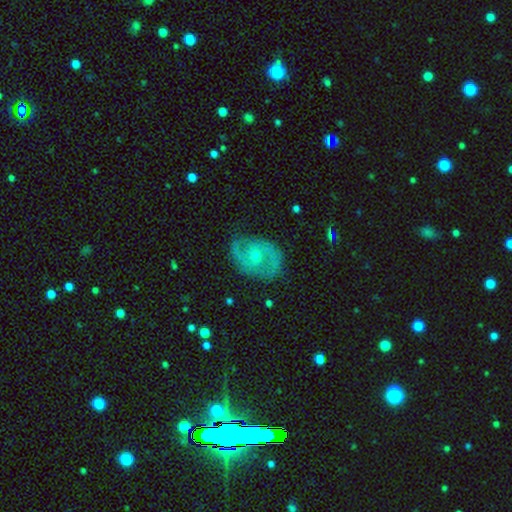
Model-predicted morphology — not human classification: Smooth or featured?
  - featured or disk: 82% *
  - smooth: 11%
  - star or artifact: 6%
Edge-on disk?
  - no: 97% *
  - yes: 3%
Bar?
  - no: 62% *
  - weak: 31%
  - strong: 7%
Spiral arms?
  - yes: 93% *
  - no: 7%
Spiral winding?
  - medium: 48% *
  - tight: 34%
  - loose: 17%
Spiral arm count?
  - 2: 84% *
  - can't tell: 8%
  - 1: 3%
  - 3: 3%
  - 4: 1%
  - more than 4: 1%
Bulge size?
  - small: 59% *
  - moderate: 37%
  - none: 1%
  - large: 1%
  - dominant: 1%
Merging?
  - none: 76% *
  - minor disturbance: 17%
  - major disturbance: 6%
  - merger: 1%